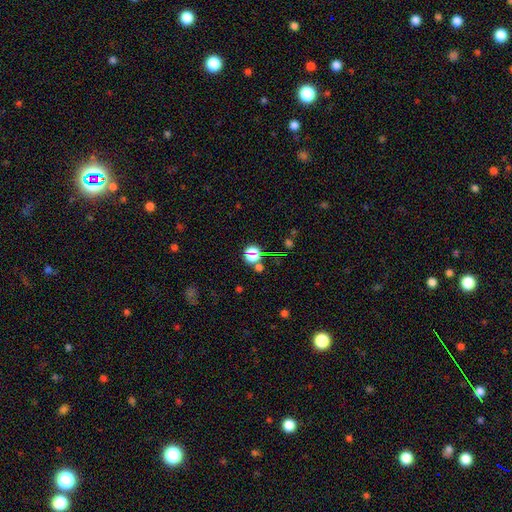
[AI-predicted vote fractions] A star or artifact, not a galaxy (45%, tied with smooth).